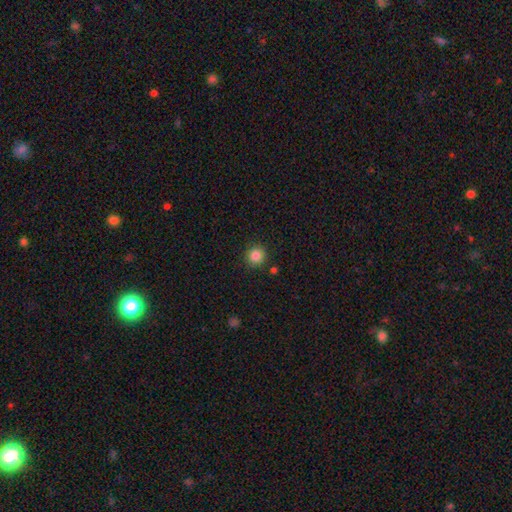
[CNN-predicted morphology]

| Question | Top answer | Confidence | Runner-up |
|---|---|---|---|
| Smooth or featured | smooth | 85% | star or artifact (11%) |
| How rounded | round | 94% | in between (5%) |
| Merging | none | 89% | minor disturbance (6%) |